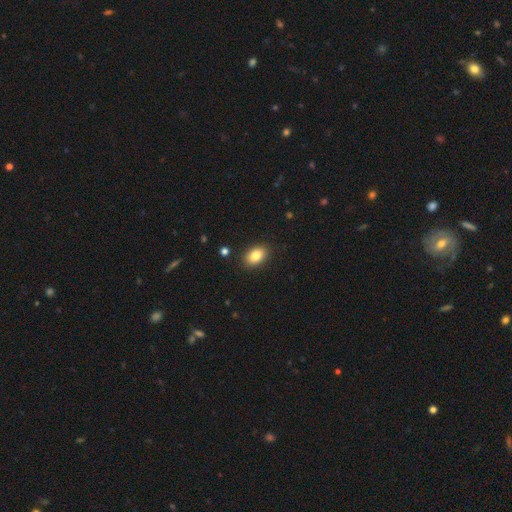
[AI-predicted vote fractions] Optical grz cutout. It shows a smooth galaxy with no disk features (84%) that is in between round and cigar-shaped (83%). Merging: none (88%).